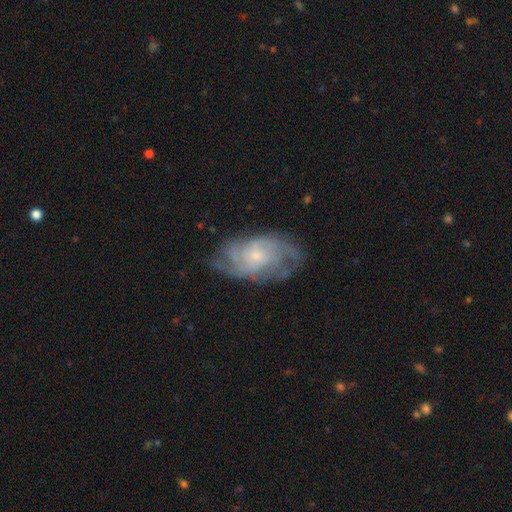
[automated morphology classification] Q: Smooth or featured?
A: featured or disk (78%); runner-up: smooth (15%)
Q: Edge-on disk?
A: no (95%); runner-up: yes (5%)
Q: Bar?
A: no (70%); runner-up: weak (26%)
Q: Spiral arms?
A: yes (93%); runner-up: no (7%)
Q: Spiral winding?
A: tight (50%); runner-up: medium (38%)
Q: Spiral arm count?
A: can't tell (37%); runner-up: 3 (19%)
Q: Bulge size?
A: small (65%); runner-up: moderate (28%)
Q: Merging?
A: none (70%); runner-up: minor disturbance (20%)